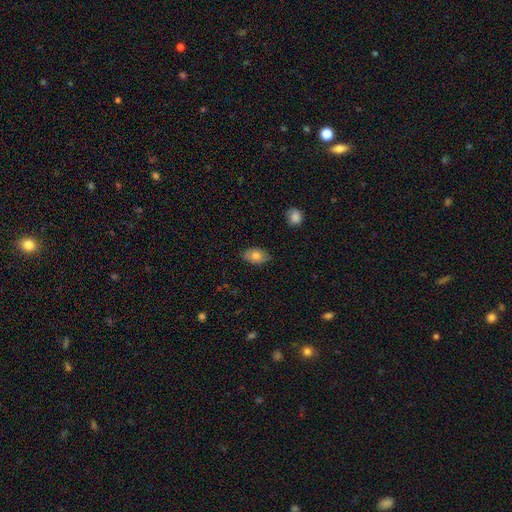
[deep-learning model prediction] This appears to be a smooth galaxy with no disk features (76%) that is in between round and cigar-shaped (87%). Merging: none (80%).